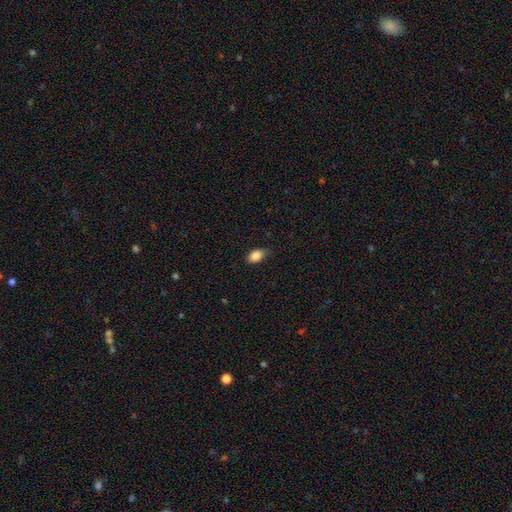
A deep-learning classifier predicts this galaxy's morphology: Smooth or featured? smooth (86%)
How rounded? in between (86%)
Merging? none (77%)